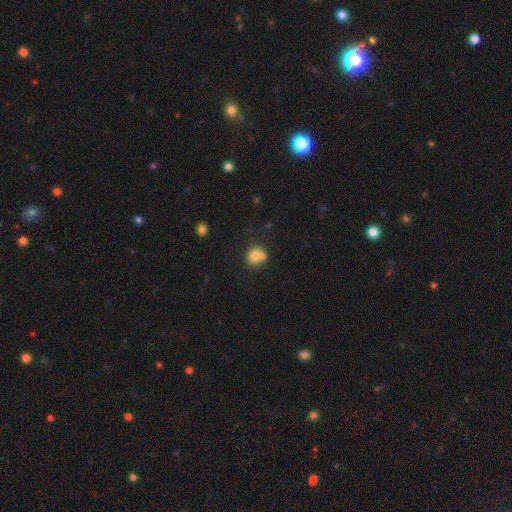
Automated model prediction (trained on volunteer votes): This is likely a smooth galaxy (78%). How rounded: clearly round (81%). Merging: possibly none (56%).